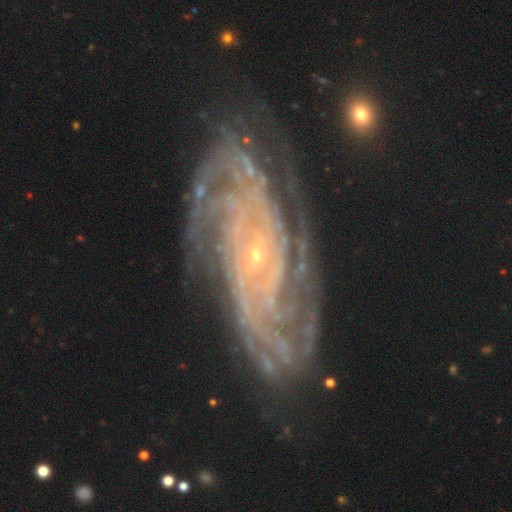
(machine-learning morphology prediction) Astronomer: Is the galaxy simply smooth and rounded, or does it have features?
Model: featured or disk — 89%.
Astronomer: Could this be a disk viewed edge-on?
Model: no — 95%.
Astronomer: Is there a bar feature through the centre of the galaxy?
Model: no — 62%.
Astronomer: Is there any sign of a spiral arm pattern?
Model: yes — 98%.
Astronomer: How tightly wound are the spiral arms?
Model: tight — 75%.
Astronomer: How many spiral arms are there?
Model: more than 4 — 21% (runner-up: can't tell, 20%).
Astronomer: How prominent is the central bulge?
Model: small — 86%.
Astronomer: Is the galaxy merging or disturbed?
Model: none — 81%.